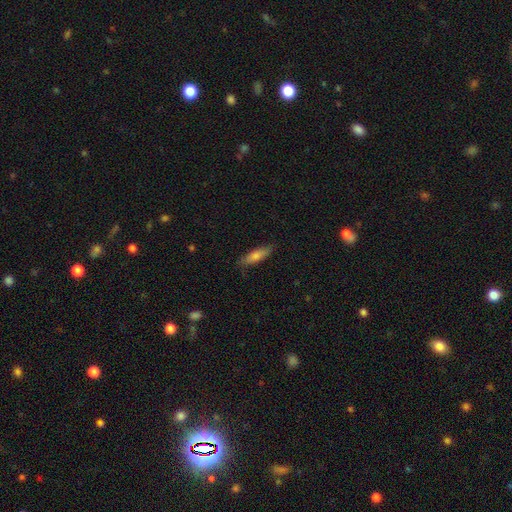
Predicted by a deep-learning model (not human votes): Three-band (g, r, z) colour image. It shows a smooth galaxy with no disk features (63%) that is cigar-shaped (75%). Merging: none (84%).